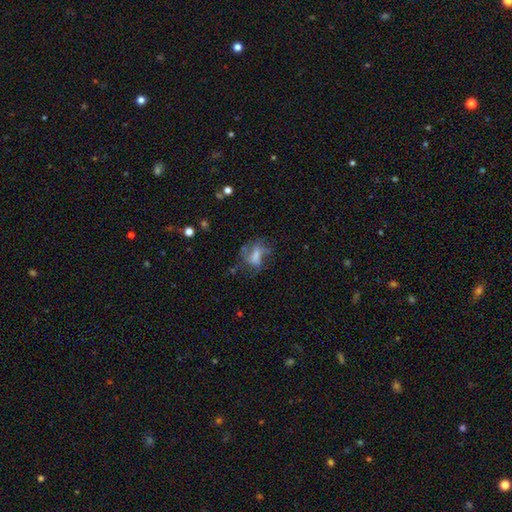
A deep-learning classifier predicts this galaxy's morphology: smooth_or_featured: featured or disk (p=0.49) [alt: smooth p=0.34]
merging: none (p=0.47) [alt: major disturbance p=0.28]